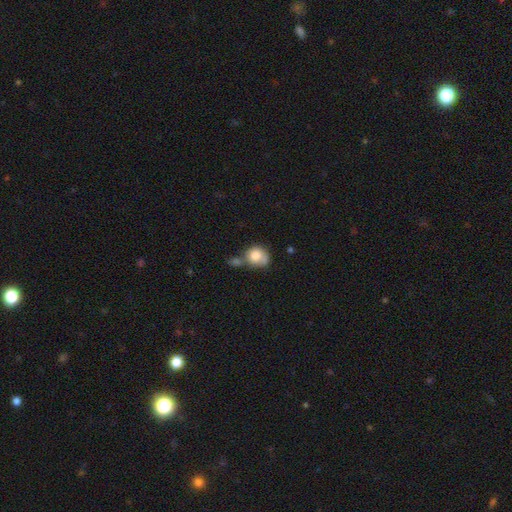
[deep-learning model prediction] This appears to be a smooth galaxy with no disk features (78%) that is round (70%). Merging: merger (39%).